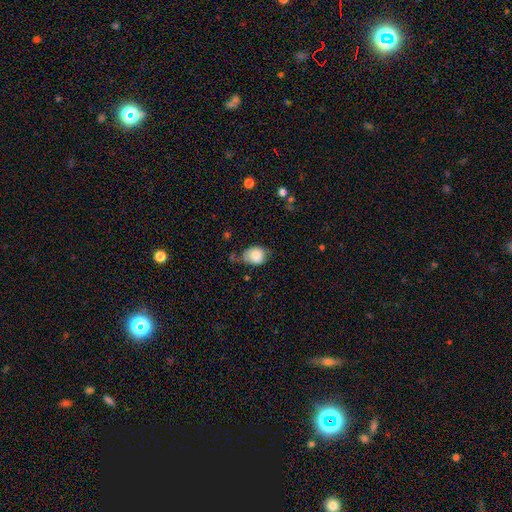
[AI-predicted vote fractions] Smooth or featured: smooth — 81% (featured or disk — 11%)
How rounded: in between — 55% (round — 43%)
Merging: none — 44% (minor disturbance — 39%)